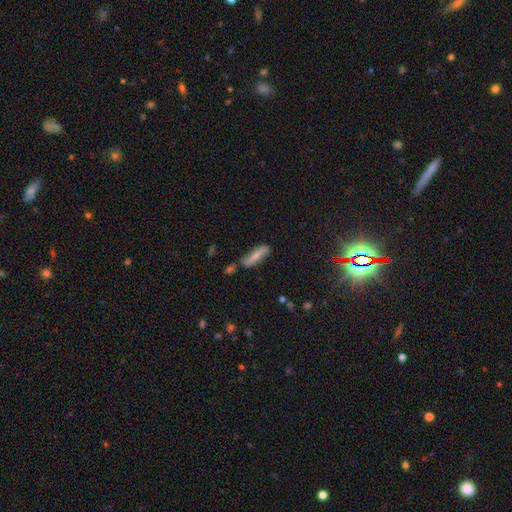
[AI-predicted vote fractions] Q: Smooth or featured?
A: smooth (51%); runner-up: featured or disk (42%)
Q: How rounded?
A: cigar-shaped (64%); runner-up: in between (33%)
Q: Merging?
A: none (70%); runner-up: minor disturbance (20%)